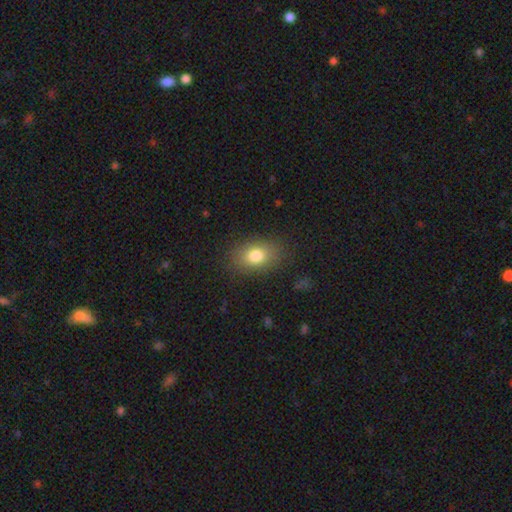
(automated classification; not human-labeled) Smooth or featured: smooth — 80% (featured or disk — 10%)
How rounded: in between — 76% (round — 23%)
Merging: none — 84% (minor disturbance — 11%)